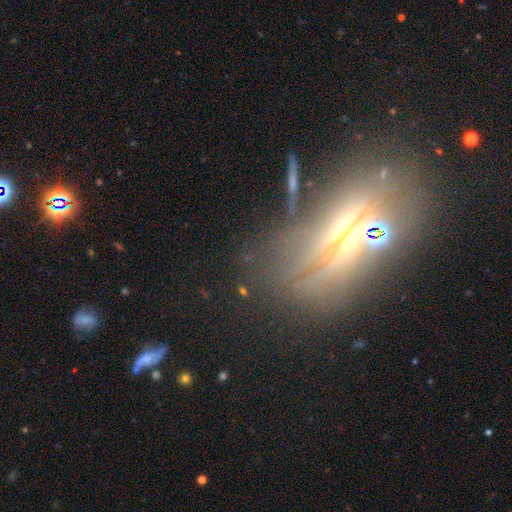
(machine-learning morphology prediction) Q: Smooth or featured?
A: featured or disk (49%); runner-up: star or artifact (31%)
Q: Merging?
A: none (68%); runner-up: minor disturbance (15%)